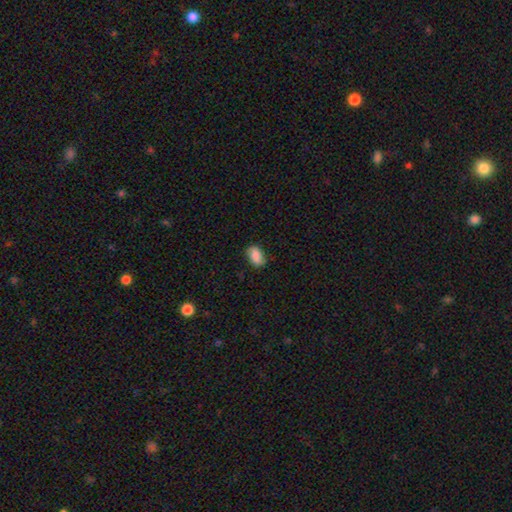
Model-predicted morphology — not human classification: Overall: smooth (81%). How rounded: in between (88%). Merging: none (78%).